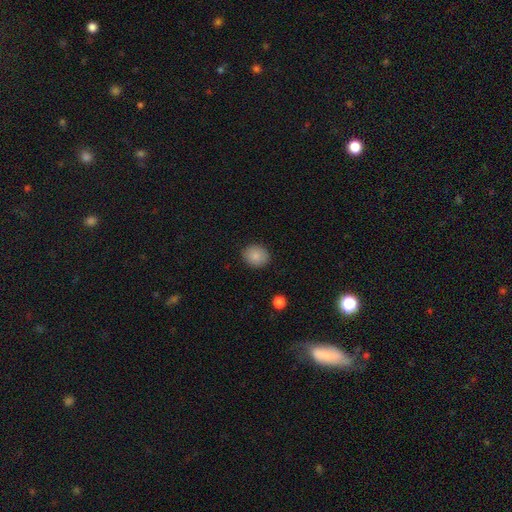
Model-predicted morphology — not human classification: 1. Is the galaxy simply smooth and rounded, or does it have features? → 86% smooth, 8% star or artifact, 6% featured or disk.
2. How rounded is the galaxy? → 69% round, 31% in between, 1% cigar-shaped.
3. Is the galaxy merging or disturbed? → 88% none, 8% minor disturbance, 2% major disturbance, 1% merger.